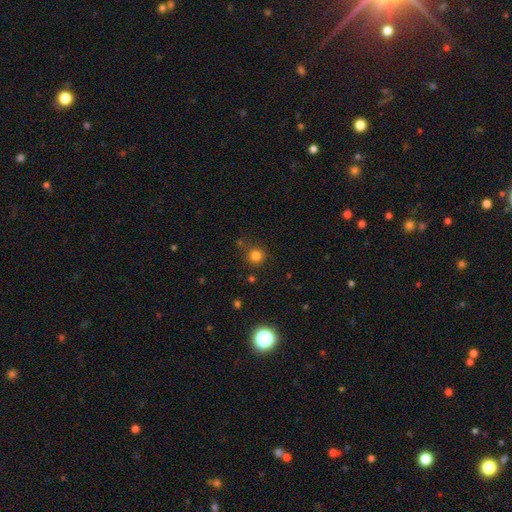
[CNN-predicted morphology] Q: Smooth or featured?
A: smooth (79%); runner-up: star or artifact (16%)
Q: How rounded?
A: round (93%); runner-up: in between (6%)
Q: Merging?
A: none (81%); runner-up: minor disturbance (10%)